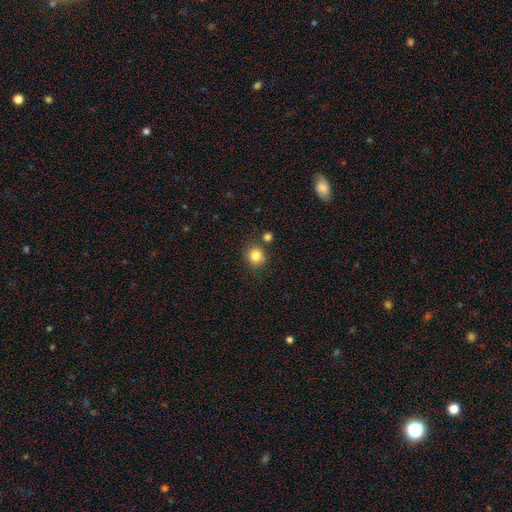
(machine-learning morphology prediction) Q: Smooth or featured?
A: smooth (84%); runner-up: star or artifact (11%)
Q: How rounded?
A: round (87%); runner-up: in between (12%)
Q: Merging?
A: none (80%); runner-up: minor disturbance (9%)